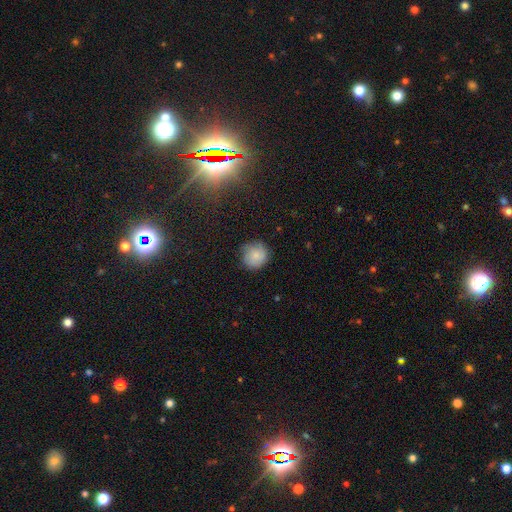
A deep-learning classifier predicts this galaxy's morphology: smooth_or_featured: smooth (p=0.79) [alt: featured or disk p=0.13]
how_rounded: round (p=0.91) [alt: in between p=0.08]
merging: none (p=0.74) [alt: minor disturbance p=0.21]